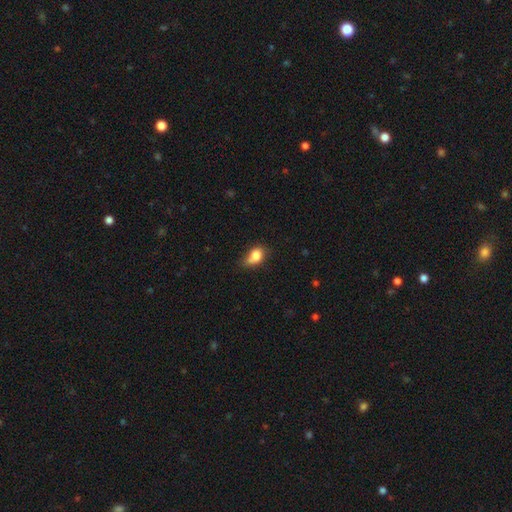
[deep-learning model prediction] This is likely a smooth galaxy (79%). How rounded: likely in between (64%). Merging: marginally none (38%).